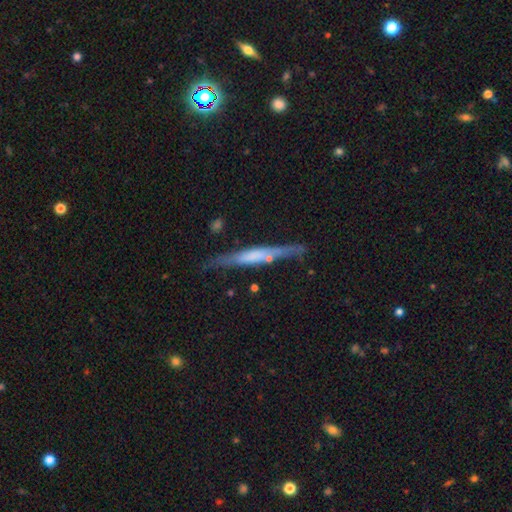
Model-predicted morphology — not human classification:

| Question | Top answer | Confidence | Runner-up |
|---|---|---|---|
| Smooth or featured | featured or disk | 58% | smooth (36%) |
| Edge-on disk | yes | 92% | no (8%) |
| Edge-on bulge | none | 42% | boxy (31%) |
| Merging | none | 73% | minor disturbance (17%) |